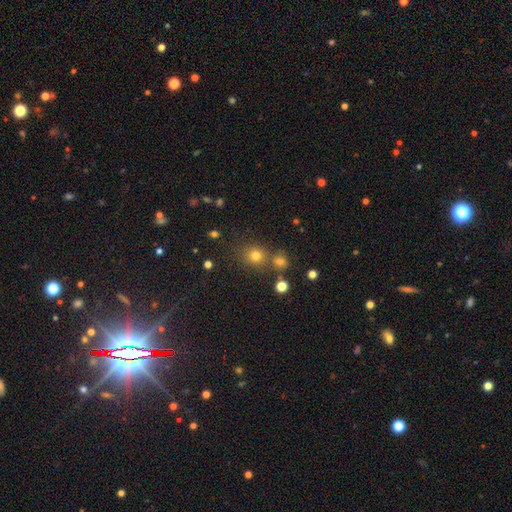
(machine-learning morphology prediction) Overall: smooth (73%). How rounded: round (85%). Merging: none (69%).